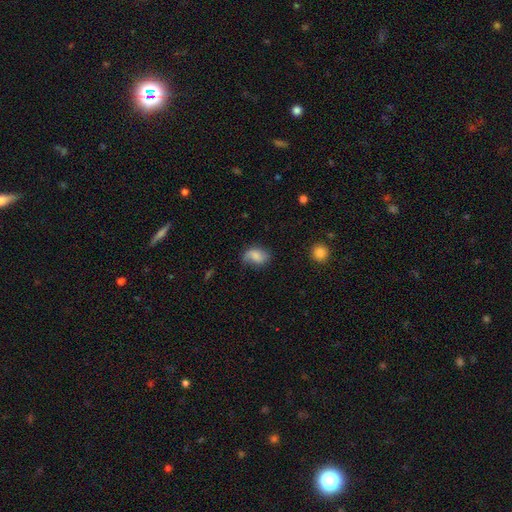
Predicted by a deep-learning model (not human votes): Smooth or featured? smooth (68%)
How rounded? in between (79%)
Merging? none (53%)